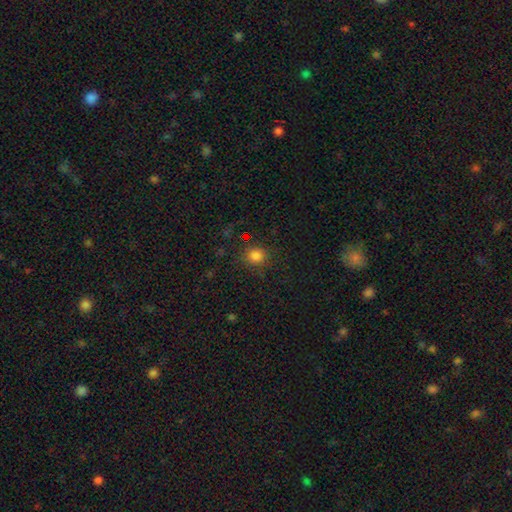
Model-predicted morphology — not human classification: Q: Smooth or featured?
A: smooth (80%); runner-up: star or artifact (15%)
Q: How rounded?
A: round (88%); runner-up: in between (11%)
Q: Merging?
A: none (85%); runner-up: minor disturbance (9%)